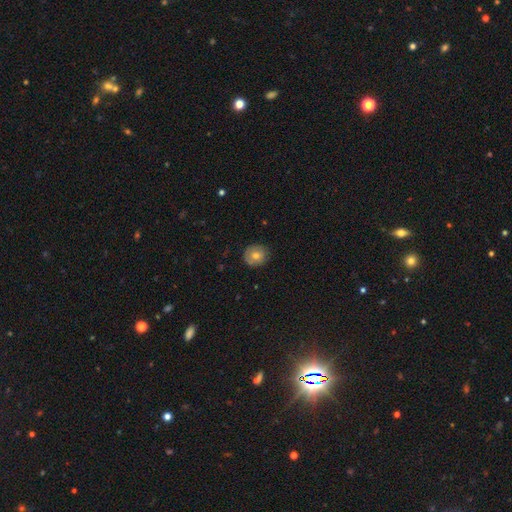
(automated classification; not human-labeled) Smooth or featured? Predicted: smooth (p=0.66). How rounded? Predicted: round (p=0.88). Merging? Predicted: none (p=0.83).